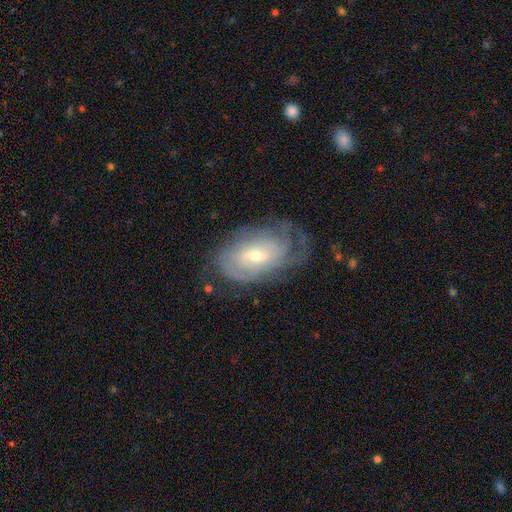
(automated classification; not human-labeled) featured or disk 76%, smooth 17%, star or artifact 7%. Down the decision tree: edge-on disk — no (94%); bar — weak (46%); spiral arms — yes (87%); spiral arm count — can't tell (51%); spiral winding — tight (60%); bulge size — small (51%); merging — none (59%).